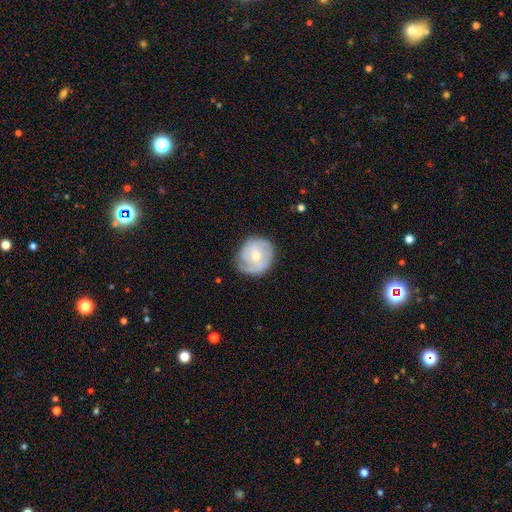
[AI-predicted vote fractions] featured or disk 67%, smooth 27%, star or artifact 6%. Down the decision tree: edge-on disk — no (97%); bar — no (63%); spiral arms — yes (85%); spiral arm count — 2 (33%); spiral winding — tight (52%); bulge size — small (50%); merging — none (70%).